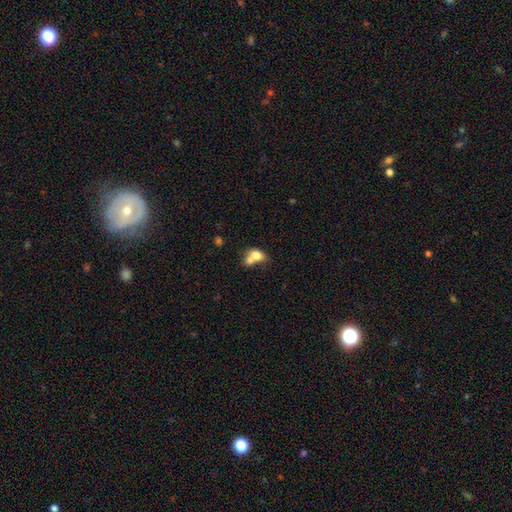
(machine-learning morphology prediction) smooth-or-featured: smooth: 73% | featured or disk: 18% | star or artifact: 9%
  how-rounded: in between: 73% | round: 25% | cigar-shaped: 2%
  merging: merger: 66% | none: 21% | minor disturbance: 8% | major disturbance: 5%